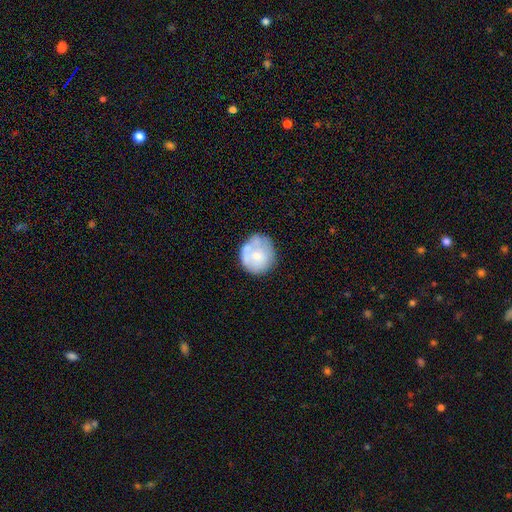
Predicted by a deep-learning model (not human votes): The model was most divided on "smooth or featured": smooth: 61%, featured or disk: 31%, star or artifact: 7%. More confident: how rounded — round (85%); merging — none (60%).